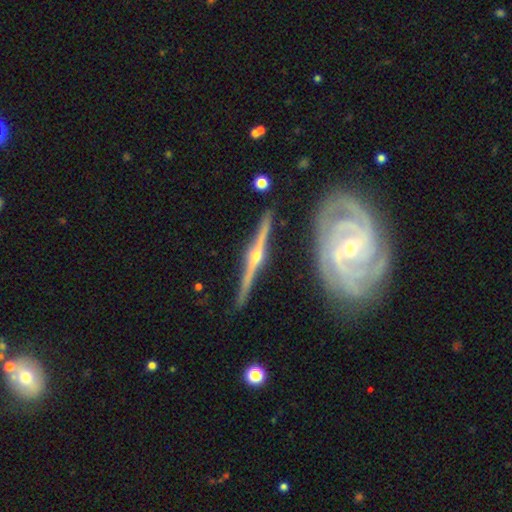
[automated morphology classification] smooth_or_featured: featured or disk (p=0.90) [alt: smooth p=0.06]
disk_edge_on: yes (p=0.94) [alt: no p=0.06]
edge_on_bulge: rounded (p=0.94) [alt: none p=0.03]
merging: none (p=0.83) [alt: minor disturbance p=0.10]